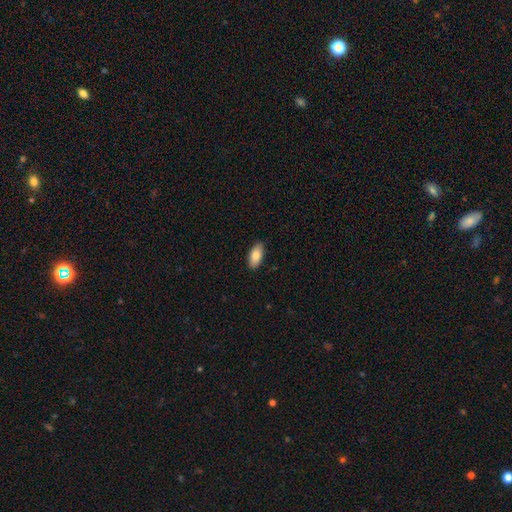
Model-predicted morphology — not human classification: Smooth or featured? Predicted: smooth (p=0.84). How rounded? Predicted: in between (p=0.91). Merging? Predicted: none (p=0.88).